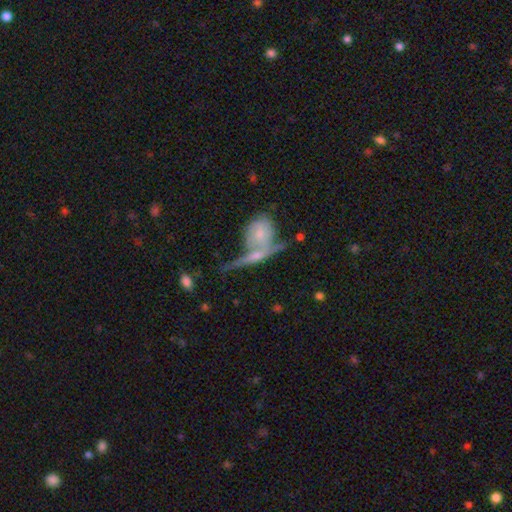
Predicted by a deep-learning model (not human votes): A featured or disk galaxy (52%) viewed edge-on (59%).

Vote fractions:
- Smooth or featured? featured or disk: 52% / smooth: 39% / star or artifact: 9%
- Edge-on disk? yes: 59% / no: 41%
- Merging? merger: 52% / none: 30% / minor disturbance: 11% / major disturbance: 7%